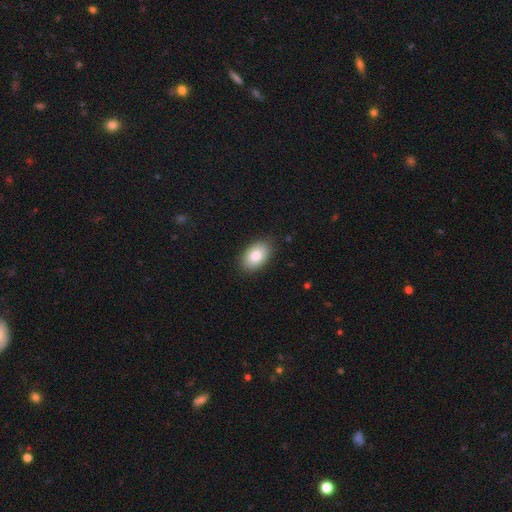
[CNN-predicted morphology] A smooth galaxy with no disk features (83%) that is in between round and cigar-shaped (89%). Merging: none (86%).